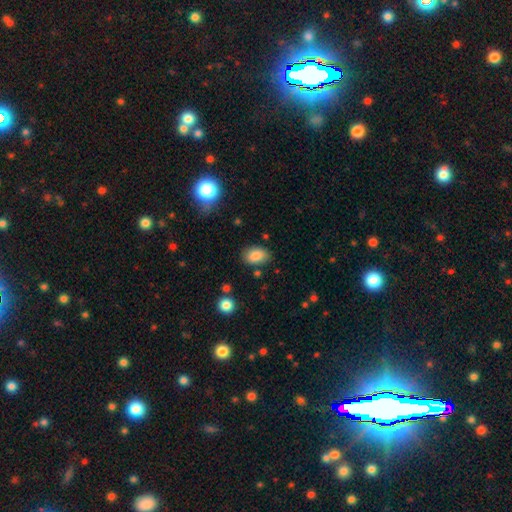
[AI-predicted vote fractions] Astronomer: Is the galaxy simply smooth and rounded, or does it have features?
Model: smooth — 85%.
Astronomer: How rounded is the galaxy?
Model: in between — 86%.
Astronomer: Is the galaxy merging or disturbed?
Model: none — 80%.